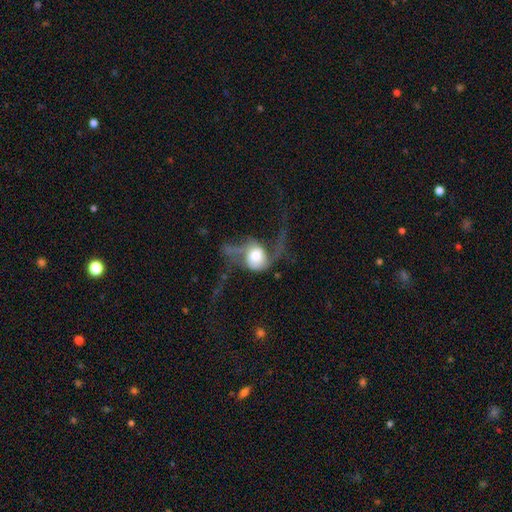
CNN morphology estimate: Smooth or featured? featured or disk (60%)
Edge-on disk? no (90%)
Bar? no (74%)
Spiral arms? yes (69%)
Bulge size? large (41%)
Merging? major disturbance (54%)